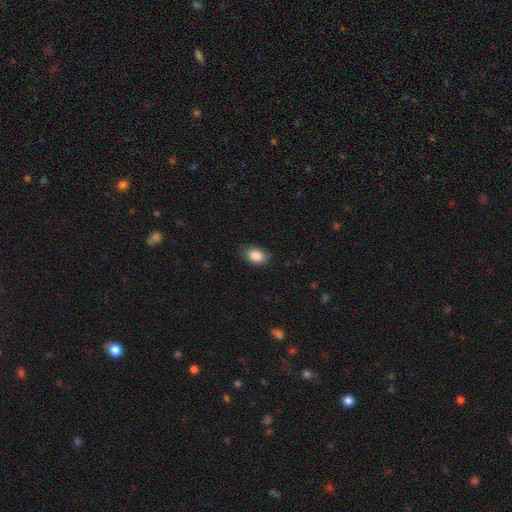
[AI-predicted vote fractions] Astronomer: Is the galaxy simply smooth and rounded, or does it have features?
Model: smooth — 87%.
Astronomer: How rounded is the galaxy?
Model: in between — 83%.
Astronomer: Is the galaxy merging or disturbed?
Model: none — 81%.